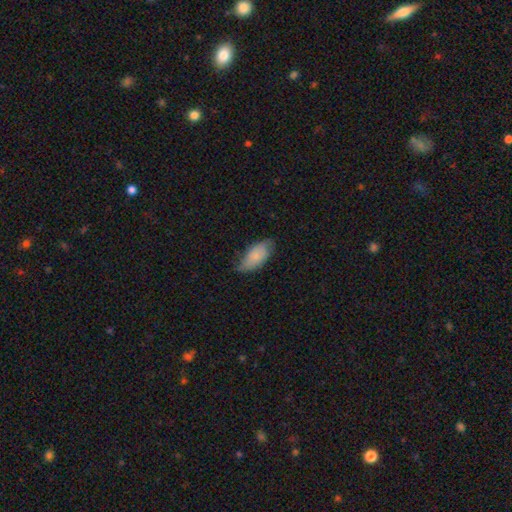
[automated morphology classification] smooth-or-featured: smooth: 76% | featured or disk: 18% | star or artifact: 6%
  how-rounded: in between: 91% | cigar-shaped: 6% | round: 2%
  merging: none: 60% | minor disturbance: 33% | major disturbance: 7% | merger: 1%